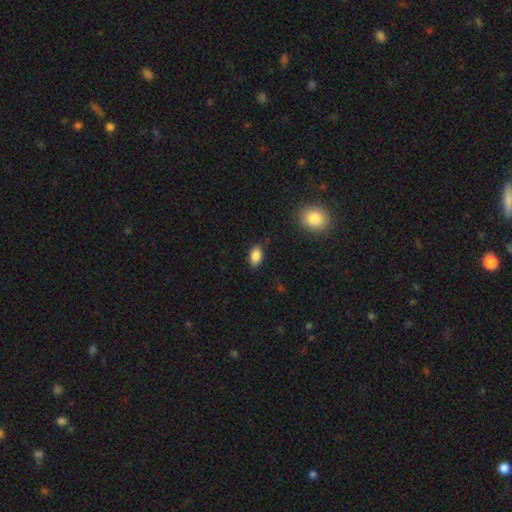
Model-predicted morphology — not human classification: smooth-or-featured: smooth: 86% | star or artifact: 9% | featured or disk: 5%
  how-rounded: in between: 90% | round: 8% | cigar-shaped: 2%
  merging: none: 84% | minor disturbance: 12% | major disturbance: 3% | merger: 1%